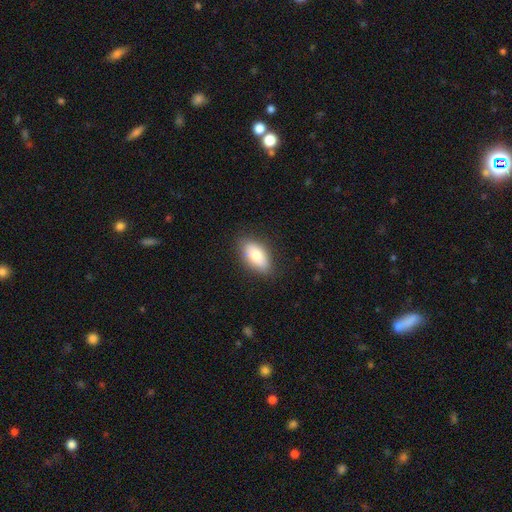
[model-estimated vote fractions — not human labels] The model was most divided on "smooth or featured": smooth: 76%, featured or disk: 17%, star or artifact: 7%. More confident: how rounded — in between (88%); merging — none (84%).